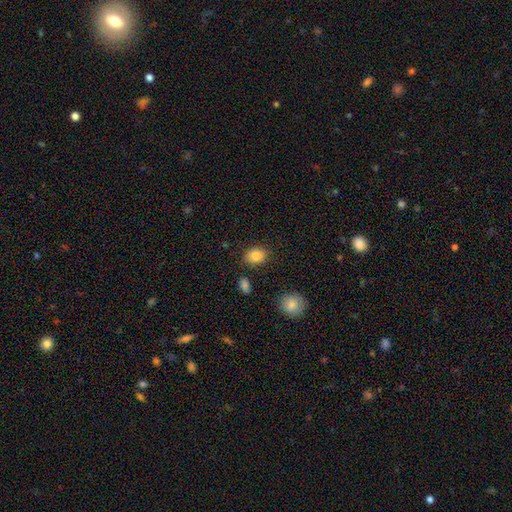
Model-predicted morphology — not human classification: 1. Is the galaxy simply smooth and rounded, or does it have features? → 86% smooth, 9% star or artifact, 5% featured or disk.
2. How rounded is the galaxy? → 61% in between, 38% round, 1% cigar-shaped.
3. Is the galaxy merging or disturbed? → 81% none, 12% minor disturbance, 4% merger, 3% major disturbance.